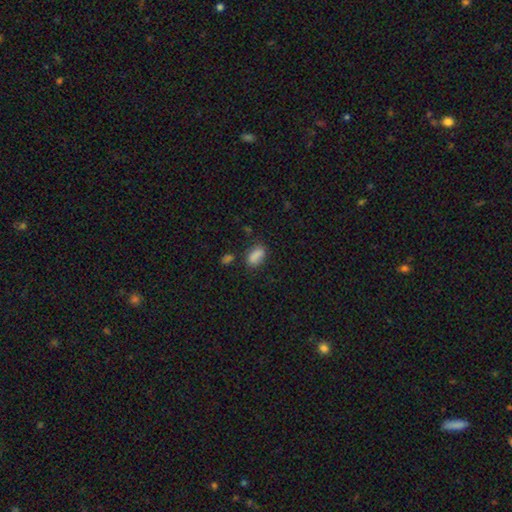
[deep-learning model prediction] Smooth or featured?
  - smooth: 86% *
  - star or artifact: 9%
  - featured or disk: 5%
How rounded?
  - in between: 88% *
  - round: 7%
  - cigar-shaped: 5%
Merging?
  - none: 72% *
  - minor disturbance: 18%
  - merger: 5%
  - major disturbance: 5%